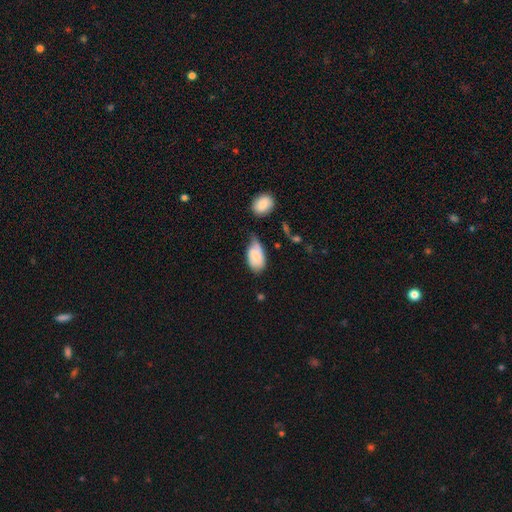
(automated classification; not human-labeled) Q: Smooth or featured?
A: smooth (74%); runner-up: featured or disk (19%)
Q: How rounded?
A: in between (93%); runner-up: round (5%)
Q: Merging?
A: minor disturbance (42%); runner-up: none (37%)